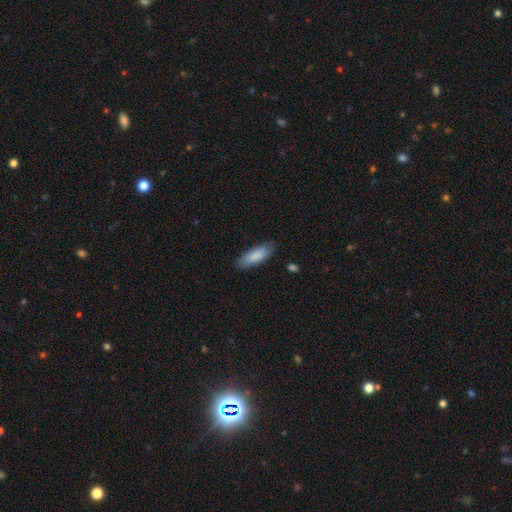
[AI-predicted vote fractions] This appears to be a smooth galaxy with no disk features (84%) that is in between round and cigar-shaped (65%). Merging: none (81%).